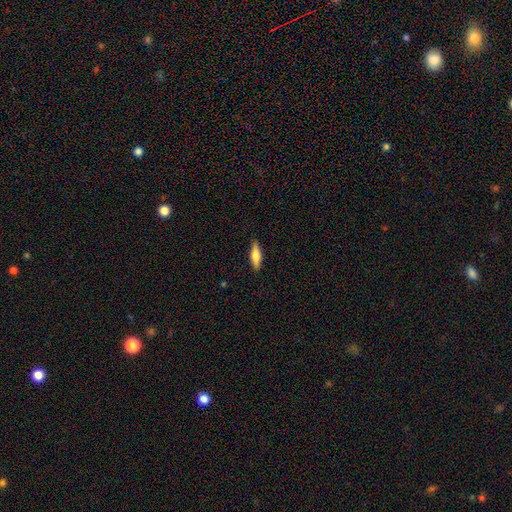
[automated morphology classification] The model was most divided on "how rounded": cigar-shaped: 53%, in between: 45%, round: 2%. More confident: merging — none (89%); smooth or featured — smooth (67%).